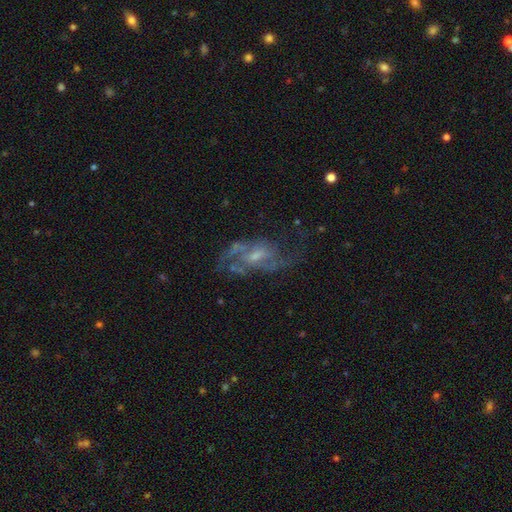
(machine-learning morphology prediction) featured or disk 79%, smooth 11%, star or artifact 11%. Down the decision tree: edge-on disk — no (95%); bar — no (47%); spiral arms — yes (85%); spiral arm count — 2 (54%); spiral winding — medium (44%); bulge size — small (55%); merging — none (55%).